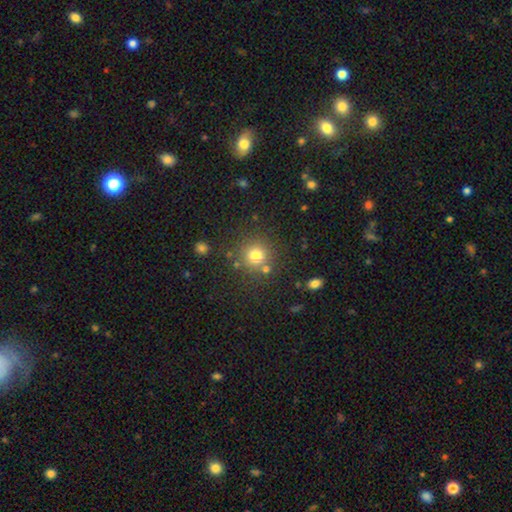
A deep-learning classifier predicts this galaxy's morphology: A smooth galaxy with no disk features (77%) that is round (93%). Merging: none (80%).